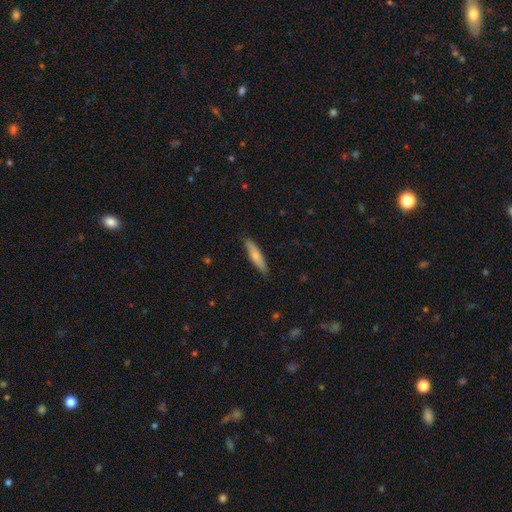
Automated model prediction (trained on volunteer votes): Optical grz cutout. It shows a smooth galaxy with no disk features (72%) that is cigar-shaped (81%). Merging: none (87%).